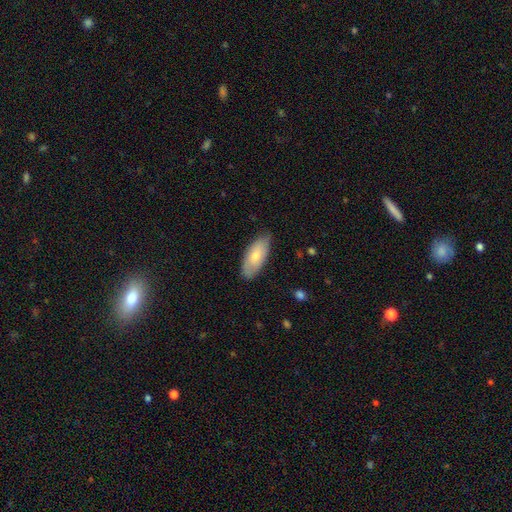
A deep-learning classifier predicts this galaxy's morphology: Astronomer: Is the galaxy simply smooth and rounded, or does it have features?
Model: smooth — 69%.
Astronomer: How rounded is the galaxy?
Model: in between — 88%.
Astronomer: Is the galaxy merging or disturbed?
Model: none — 75%.